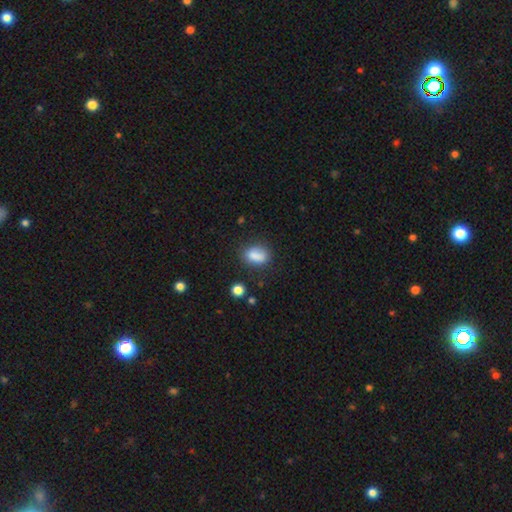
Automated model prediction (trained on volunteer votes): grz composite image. It shows a smooth galaxy with no disk features (84%) that is in between round and cigar-shaped (78%). Merging: none (71%).